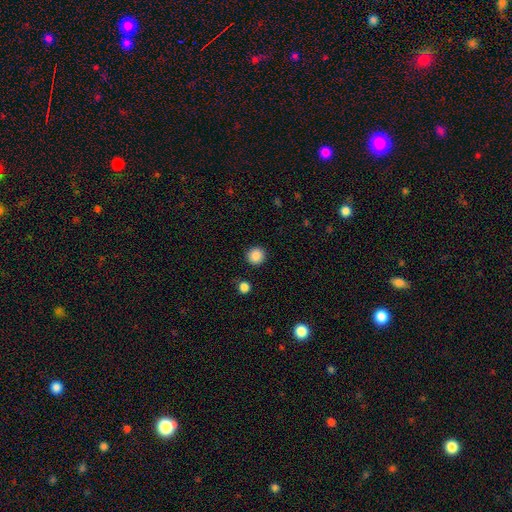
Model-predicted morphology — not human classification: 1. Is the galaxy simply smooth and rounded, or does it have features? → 88% smooth, 10% star or artifact, 3% featured or disk.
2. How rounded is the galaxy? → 94% round, 5% in between, 1% cigar-shaped.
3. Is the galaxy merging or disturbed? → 91% none, 5% minor disturbance, 2% major disturbance, 2% merger.